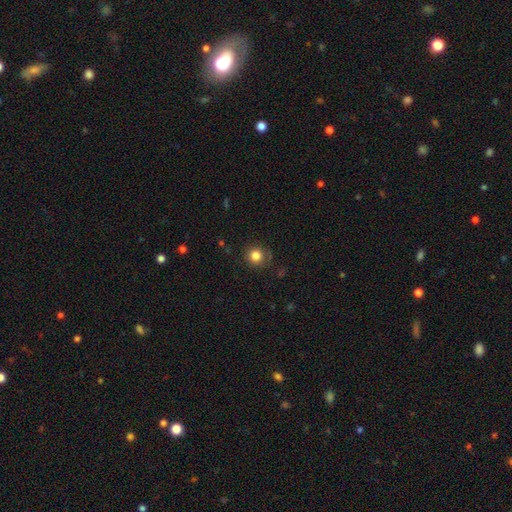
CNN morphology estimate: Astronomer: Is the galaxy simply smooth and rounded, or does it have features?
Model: smooth — 83%.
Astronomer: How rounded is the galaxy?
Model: round — 92%.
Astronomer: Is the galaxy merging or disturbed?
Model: none — 83%.